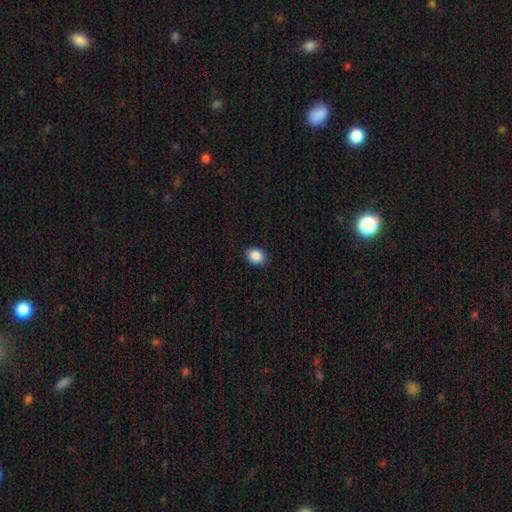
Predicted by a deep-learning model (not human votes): A smooth galaxy with no disk features (88%) that is in between round and cigar-shaped (54%).

Vote fractions:
- Smooth or featured? smooth: 88% / star or artifact: 8% / featured or disk: 3%
- How rounded? in between: 54% / round: 45% / cigar-shaped: 1%
- Merging? none: 88% / minor disturbance: 9% / major disturbance: 2% / merger: 1%